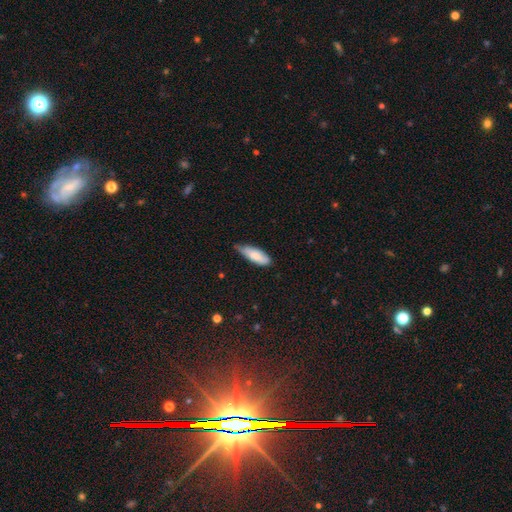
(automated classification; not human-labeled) Smooth or featured: smooth — 80% (featured or disk — 14%)
How rounded: in between — 62% (cigar-shaped — 37%)
Merging: minor disturbance — 46% (none — 44%)